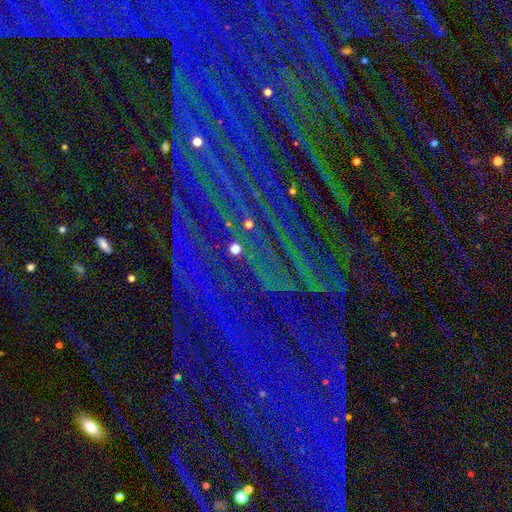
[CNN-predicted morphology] Smooth or featured: star or artifact — 85% (featured or disk — 8%)